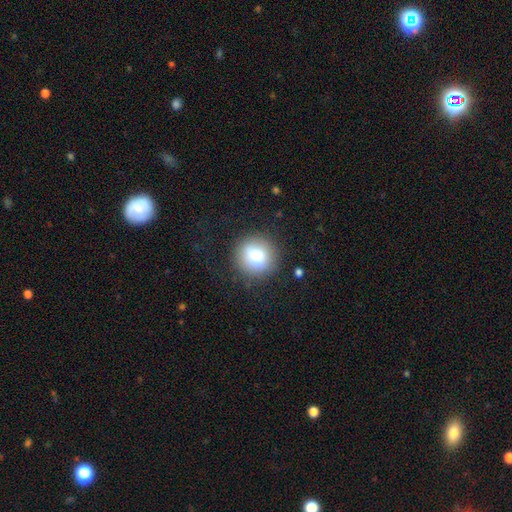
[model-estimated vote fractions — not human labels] A smooth galaxy with no disk features (77%) that is round (93%). Merging: none (88%).